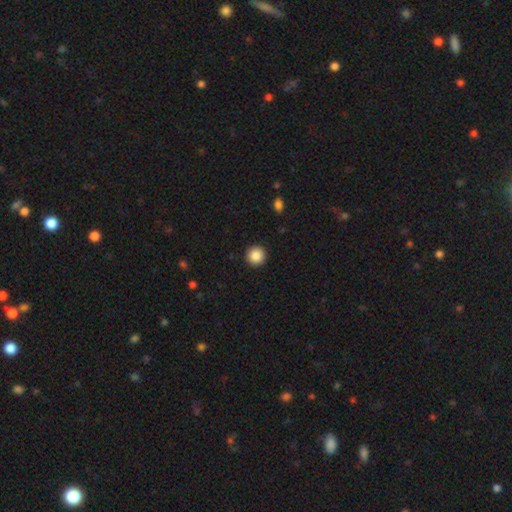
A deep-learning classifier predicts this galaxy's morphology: This appears to be a smooth galaxy with no disk features (87%) that is round (96%). Merging: none (93%).